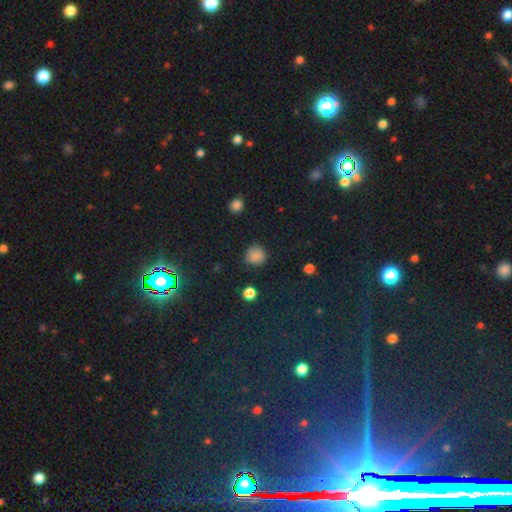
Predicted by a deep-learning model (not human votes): This appears to be a smooth galaxy with no disk features (80%) that is round (87%). Merging: none (73%).